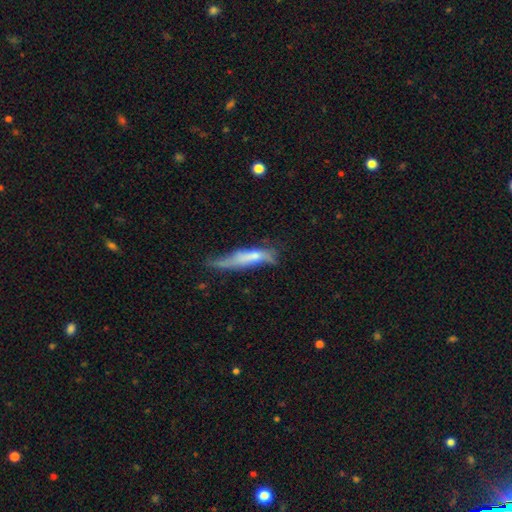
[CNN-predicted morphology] Q: Smooth or featured?
A: smooth (50%); runner-up: featured or disk (41%)
Q: How rounded?
A: cigar-shaped (88%); runner-up: in between (11%)
Q: Merging?
A: none (45%); runner-up: minor disturbance (34%)